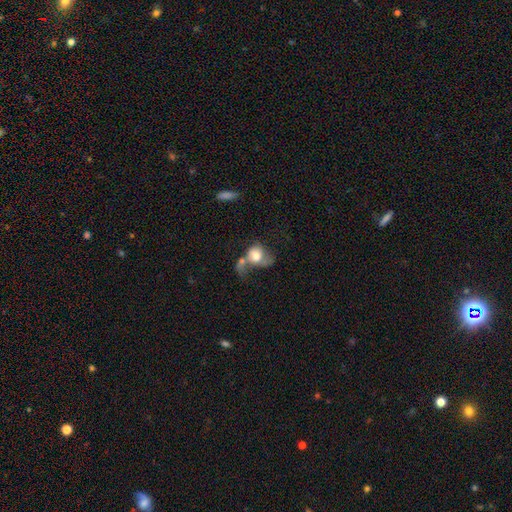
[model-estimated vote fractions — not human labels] Morphology: type=smooth (61%); roundness=round (50%); merging=merger (39%).